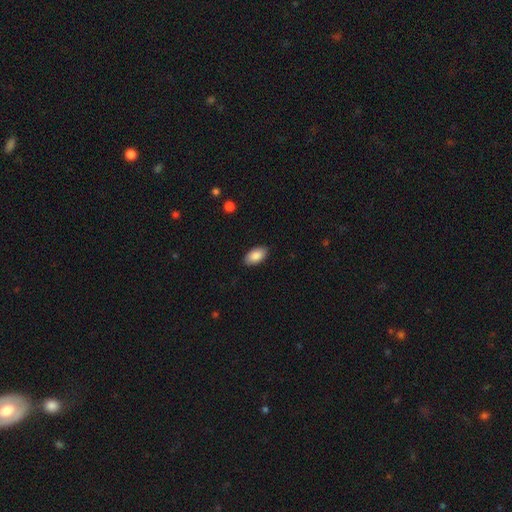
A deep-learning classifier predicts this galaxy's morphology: A smooth galaxy with no disk features (88%) that is in between round and cigar-shaped (94%).

Vote fractions:
- Smooth or featured? smooth: 88% / star or artifact: 6% / featured or disk: 6%
- How rounded? in between: 94% / round: 3% / cigar-shaped: 3%
- Merging? none: 88% / minor disturbance: 9% / major disturbance: 2% / merger: 1%